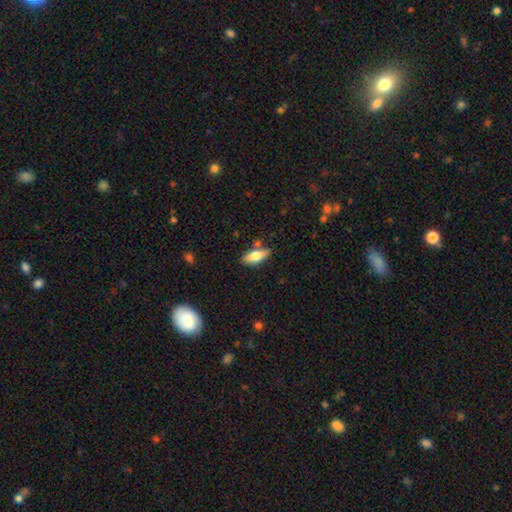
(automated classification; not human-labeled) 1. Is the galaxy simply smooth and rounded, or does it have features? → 72% smooth, 21% featured or disk, 6% star or artifact.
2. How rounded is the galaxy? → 76% in between, 21% cigar-shaped, 3% round.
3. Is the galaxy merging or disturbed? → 77% none, 14% minor disturbance, 6% merger, 3% major disturbance.